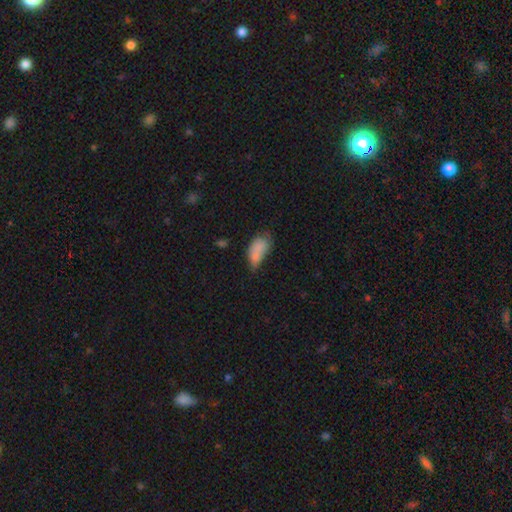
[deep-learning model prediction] Overall: smooth (65%). How rounded: in between (83%). Merging: none (46%; minor disturbance 27%).